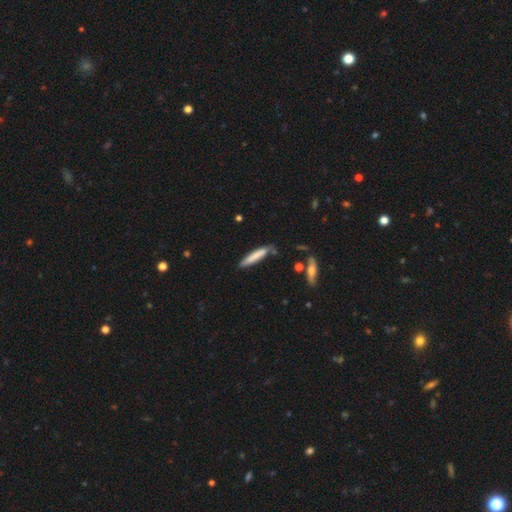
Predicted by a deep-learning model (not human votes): smooth 75%, featured or disk 20%, star or artifact 6%. Down the decision tree: how rounded — cigar-shaped (91%); merging — none (77%).